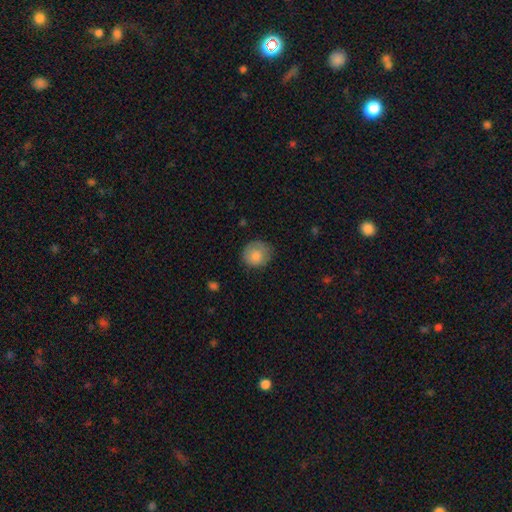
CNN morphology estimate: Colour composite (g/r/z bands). It shows a smooth galaxy with no disk features (82%) that is round (83%). Merging: none (72%).